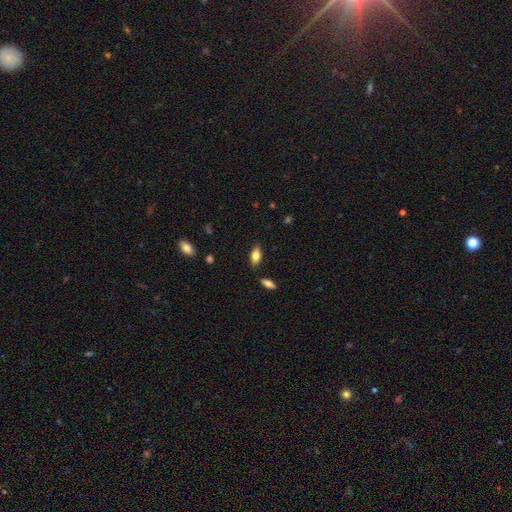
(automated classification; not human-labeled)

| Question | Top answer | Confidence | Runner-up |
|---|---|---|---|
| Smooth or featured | smooth | 76% | featured or disk (17%) |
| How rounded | in between | 85% | cigar-shaped (13%) |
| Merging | none | 84% | minor disturbance (11%) |